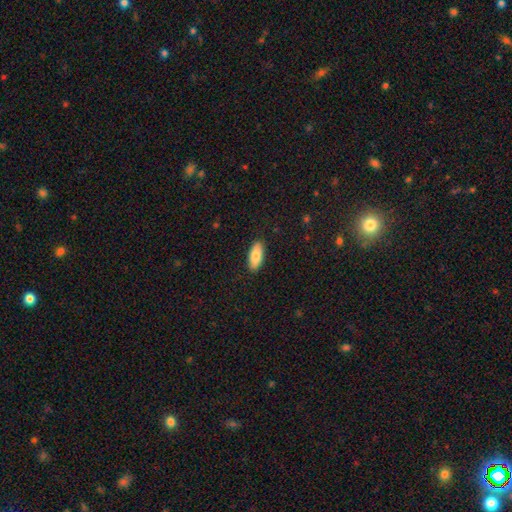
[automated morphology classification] A smooth galaxy with no disk features (84%) that is in between round and cigar-shaped (85%).

Vote fractions:
- Smooth or featured? smooth: 84% / featured or disk: 10% / star or artifact: 6%
- How rounded? in between: 85% / cigar-shaped: 13% / round: 2%
- Merging? none: 89% / minor disturbance: 8% / major disturbance: 2% / merger: 1%